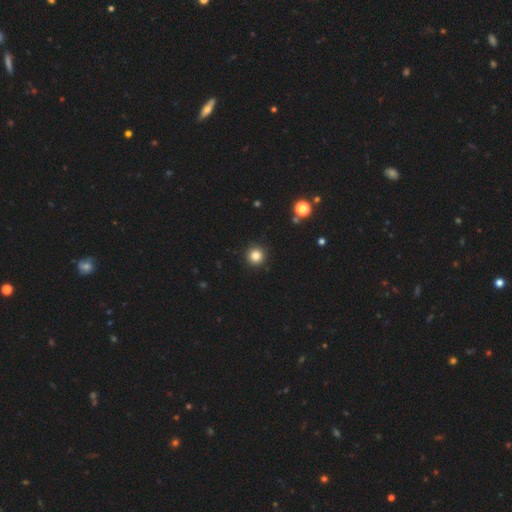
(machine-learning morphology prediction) smooth_or_featured: smooth (p=0.83) [alt: star or artifact p=0.12]
how_rounded: round (p=0.96) [alt: in between p=0.04]
merging: none (p=0.93) [alt: minor disturbance p=0.05]